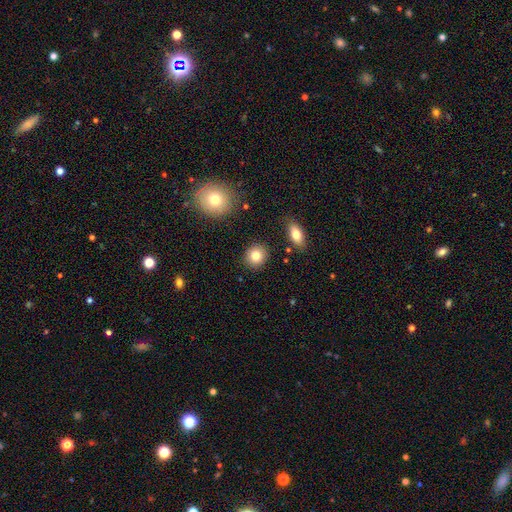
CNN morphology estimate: smooth-or-featured: smooth: 82% | star or artifact: 9% | featured or disk: 8%
  how-rounded: round: 83% | in between: 15% | cigar-shaped: 1%
  merging: none: 89% | minor disturbance: 7% | merger: 2% | major disturbance: 2%